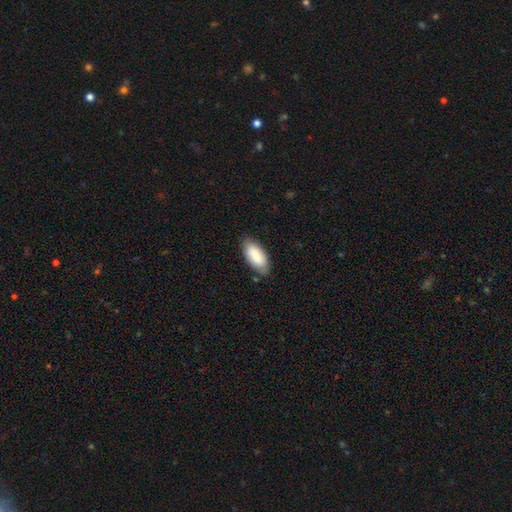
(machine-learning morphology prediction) Overall: smooth (86%). How rounded: in between (90%). Merging: none (80%).